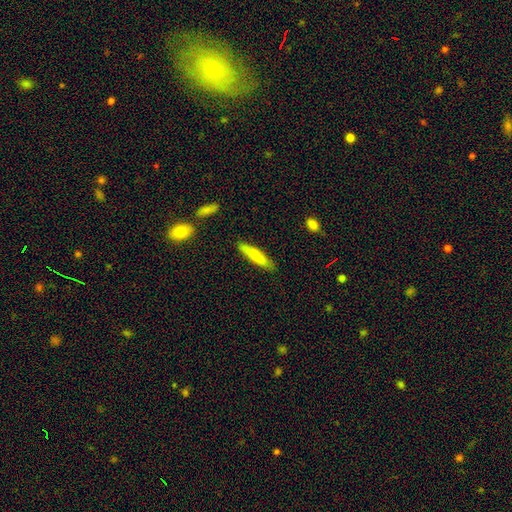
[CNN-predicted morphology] Smooth or featured: smooth — 77% (featured or disk — 17%)
How rounded: cigar-shaped — 88% (in between — 11%)
Merging: none — 84% (minor disturbance — 12%)